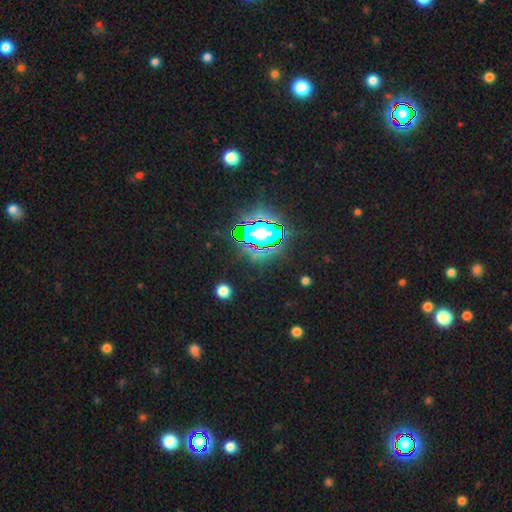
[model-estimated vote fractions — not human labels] Smooth or featured? Predicted: star or artifact (p=0.72).